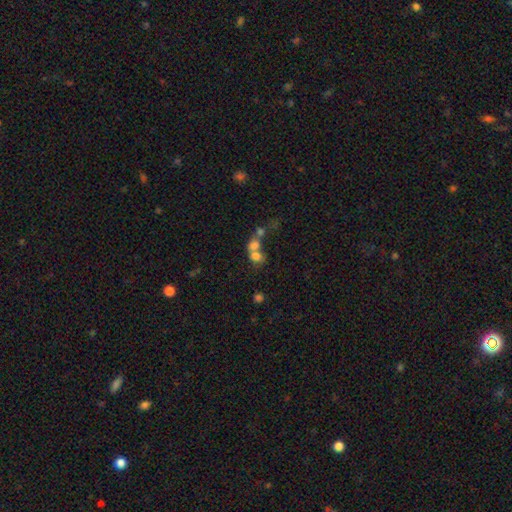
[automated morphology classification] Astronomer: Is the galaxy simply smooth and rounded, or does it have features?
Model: smooth — 69%.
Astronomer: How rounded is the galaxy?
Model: in between — 50% (runner-up: round, 48%).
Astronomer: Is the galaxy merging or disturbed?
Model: merger — 62%.